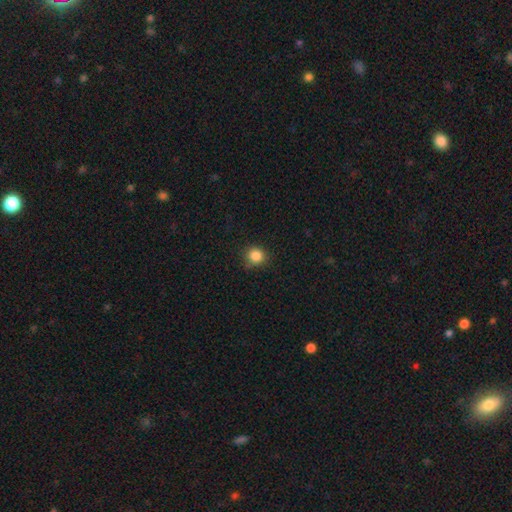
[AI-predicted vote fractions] smooth_or_featured: smooth (p=0.85) [alt: star or artifact p=0.11]
how_rounded: round (p=0.89) [alt: in between p=0.10]
merging: none (p=0.85) [alt: minor disturbance p=0.11]